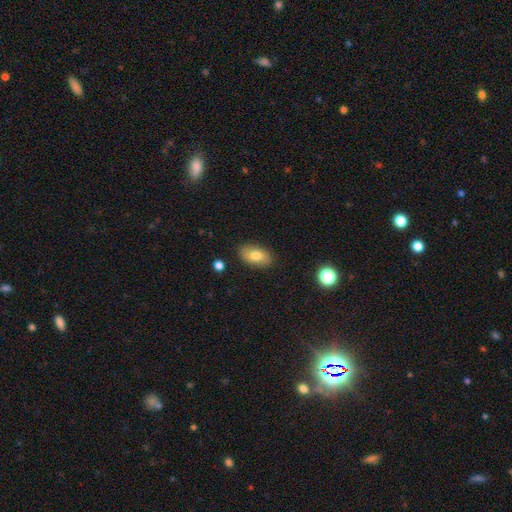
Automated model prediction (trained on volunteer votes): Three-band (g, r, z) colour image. It shows a smooth galaxy with no disk features (77%) that is in between round and cigar-shaped (91%). Merging: none (86%).